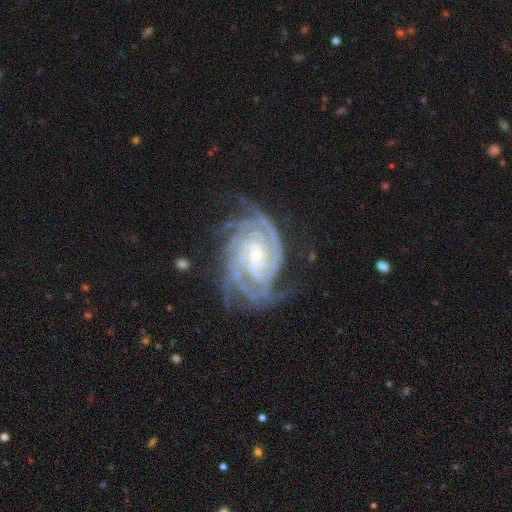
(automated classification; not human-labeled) A featured or disk galaxy (92%) with no bar (54%), 3 (25%) tight (74%) spiral arms (99%) and a small central bulge (74%). Merging: none (67%).